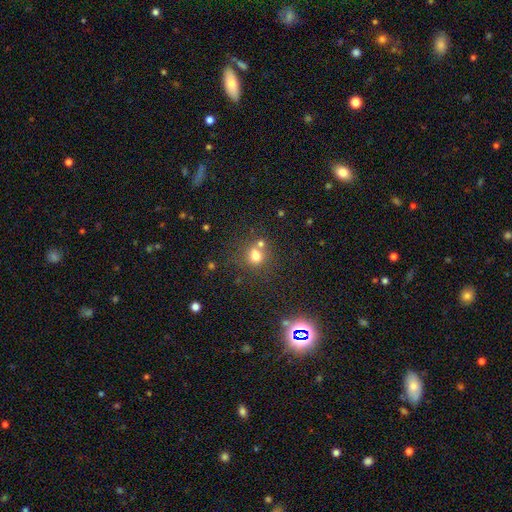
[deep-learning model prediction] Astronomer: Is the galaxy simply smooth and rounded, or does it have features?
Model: smooth — 72%.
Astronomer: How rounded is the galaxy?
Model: round — 77%.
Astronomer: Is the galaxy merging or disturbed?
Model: none — 52% (runner-up: merger, 32%).